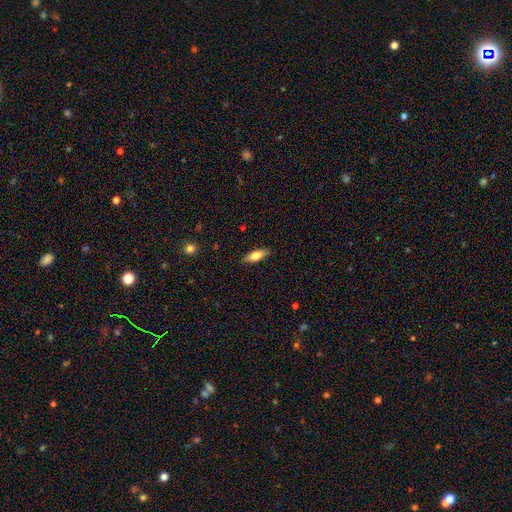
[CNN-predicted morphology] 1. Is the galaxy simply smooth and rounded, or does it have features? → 68% smooth, 26% featured or disk, 6% star or artifact.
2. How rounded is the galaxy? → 65% in between, 32% cigar-shaped, 3% round.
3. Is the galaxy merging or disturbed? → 87% none, 10% minor disturbance, 2% major disturbance, 1% merger.